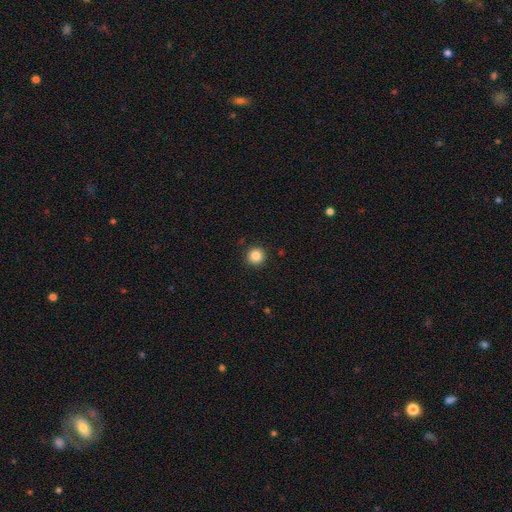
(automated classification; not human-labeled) The model was most divided on "smooth or featured": smooth: 86%, star or artifact: 10%, featured or disk: 4%. More confident: how rounded — round (94%); merging — none (92%).